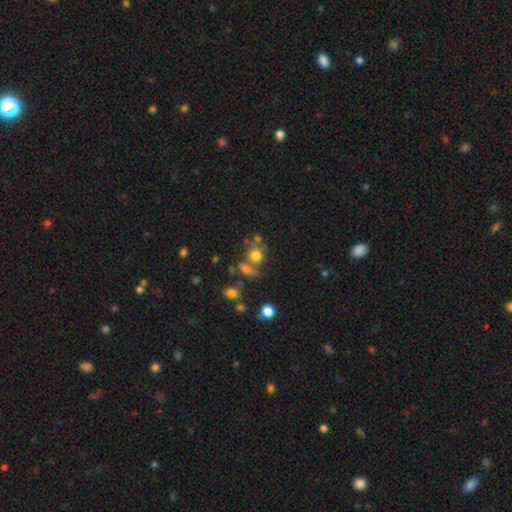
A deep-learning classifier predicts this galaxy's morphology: A smooth galaxy with no disk features (72%) that is round (82%). Merging: none (53%).